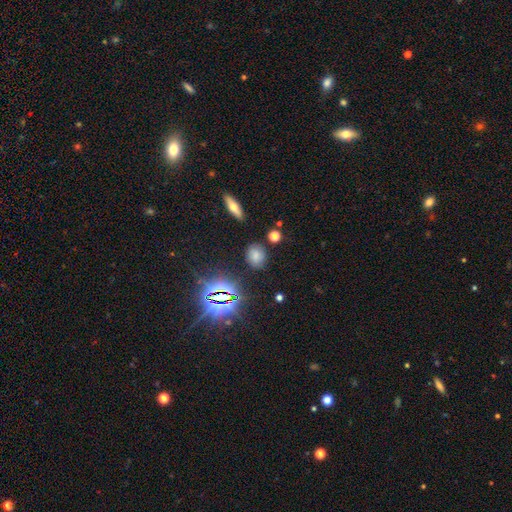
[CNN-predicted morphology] Smooth or featured?
  - smooth: 67% *
  - star or artifact: 24%
  - featured or disk: 9%
How rounded?
  - in between: 55% *
  - round: 43%
  - cigar-shaped: 2%
Merging?
  - none: 82% *
  - minor disturbance: 12%
  - major disturbance: 3%
  - merger: 3%